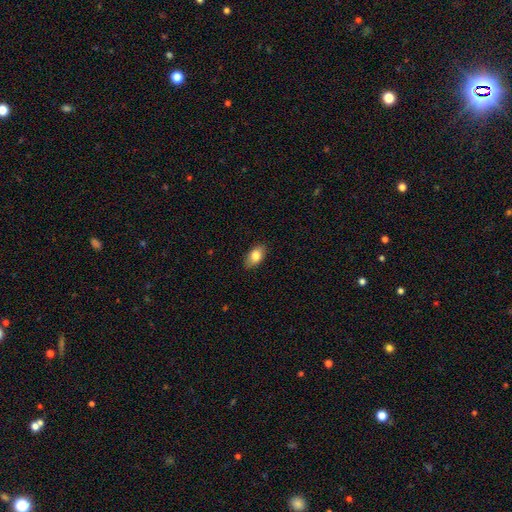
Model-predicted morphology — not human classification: A smooth galaxy with no disk features (81%) that is in between round and cigar-shaped (90%). Merging: none (86%).